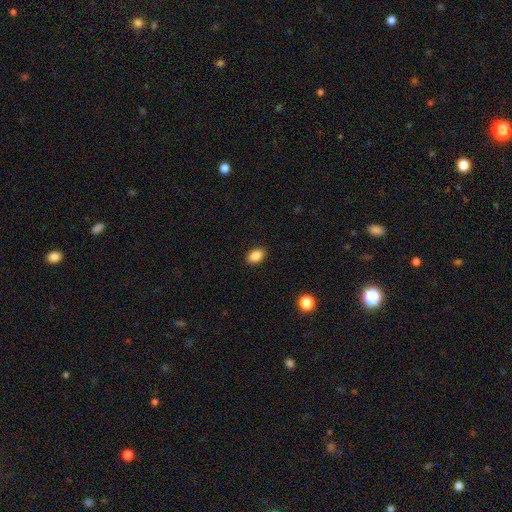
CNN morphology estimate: Smooth or featured: smooth — 87% (star or artifact — 9%)
How rounded: in between — 83% (round — 15%)
Merging: none — 88% (minor disturbance — 9%)